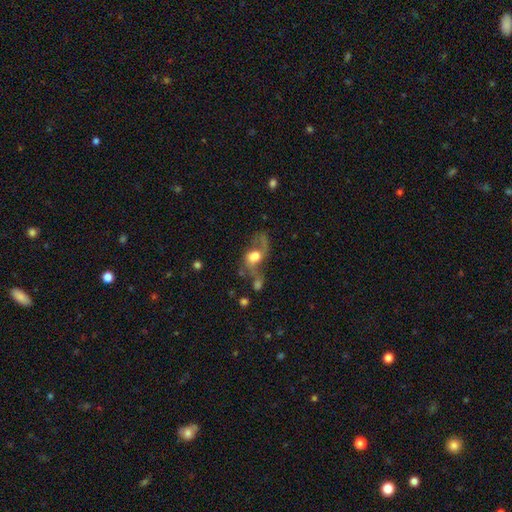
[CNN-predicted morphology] Smooth or featured? featured or disk (52%)
Edge-on disk? no (92%)
Merging? major disturbance (36%)